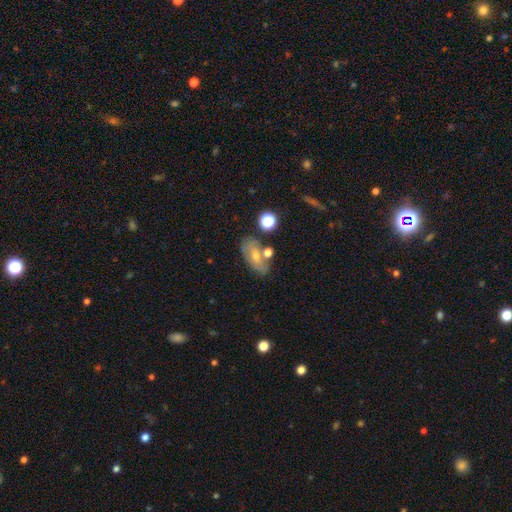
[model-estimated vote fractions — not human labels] Smooth or featured: smooth — 46% (featured or disk — 42%)
Merging: none — 65% (minor disturbance — 16%)